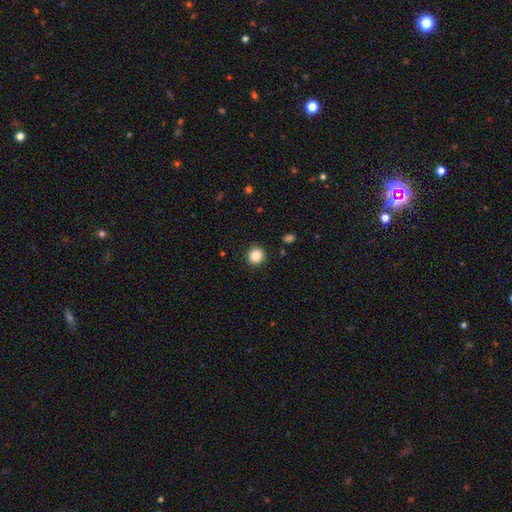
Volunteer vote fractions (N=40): A smooth galaxy with no disk features (90%) that is round (97%).

Vote fractions:
- Smooth or featured? smooth: 90% / star or artifact: 8% / featured or disk: 2%
- How rounded? round: 97% / in between: 3% / cigar-shaped: 0%
- Merging? none: 92% / minor disturbance: 5% / major disturbance: 3% / merger: 0%